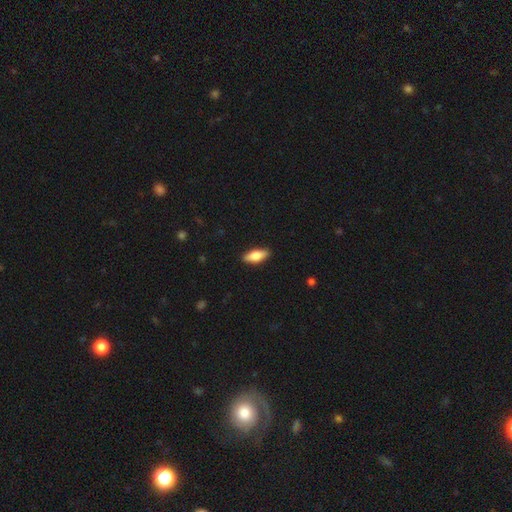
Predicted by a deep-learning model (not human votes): Smooth or featured? smooth (75%)
How rounded? in between (73%)
Merging? none (89%)